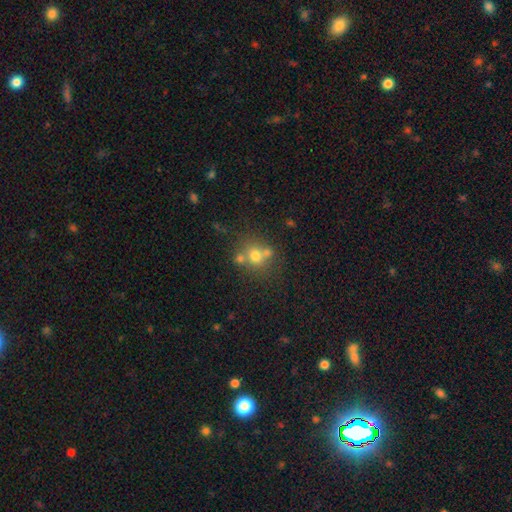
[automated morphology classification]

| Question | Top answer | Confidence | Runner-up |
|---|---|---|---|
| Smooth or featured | smooth | 66% | featured or disk (17%) |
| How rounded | round | 80% | in between (19%) |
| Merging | none | 52% | merger (33%) |